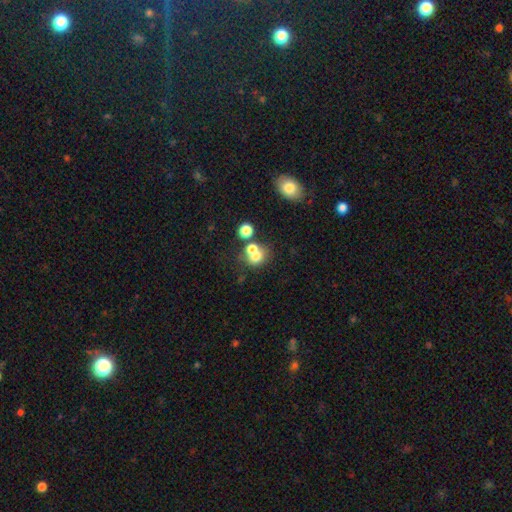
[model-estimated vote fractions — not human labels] Smooth or featured? Predicted: smooth (p=0.67). How rounded? Predicted: round (p=0.68). Merging? Predicted: merger (p=0.51).